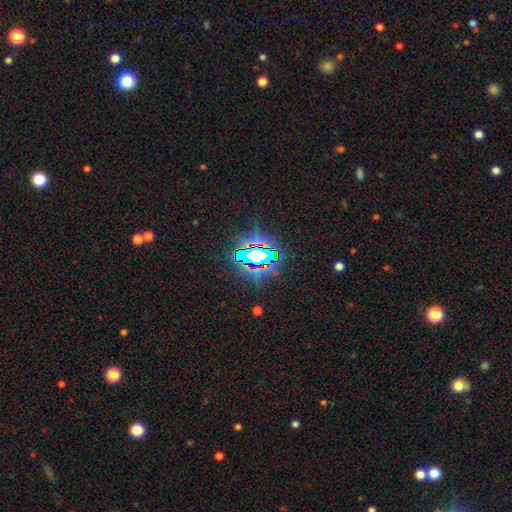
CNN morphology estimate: A star or artifact, not a galaxy (71%).